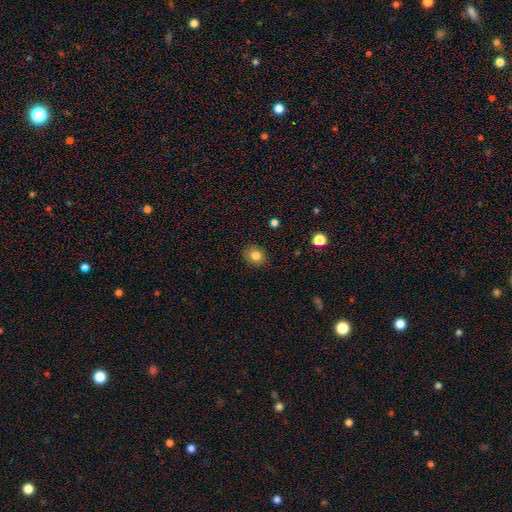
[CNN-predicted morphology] smooth 82%, star or artifact 11%, featured or disk 7%. Down the decision tree: how rounded — round (71%); merging — none (89%).